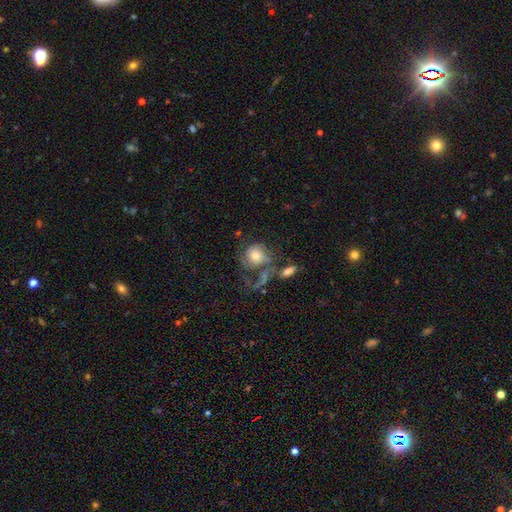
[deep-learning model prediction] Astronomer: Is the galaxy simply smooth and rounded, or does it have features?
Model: featured or disk — 63%.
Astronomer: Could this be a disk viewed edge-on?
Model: no — 97%.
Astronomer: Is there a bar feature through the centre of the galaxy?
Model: no — 79%.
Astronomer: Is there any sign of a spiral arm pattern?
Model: yes — 83%.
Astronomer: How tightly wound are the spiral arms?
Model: loose — 36% (runner-up: medium, 35%).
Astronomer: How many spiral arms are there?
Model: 1 — 37% (runner-up: 2, 31%).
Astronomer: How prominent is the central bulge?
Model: moderate — 50% (runner-up: large, 29%).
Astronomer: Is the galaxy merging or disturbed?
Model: major disturbance — 36% (runner-up: none, 30%).